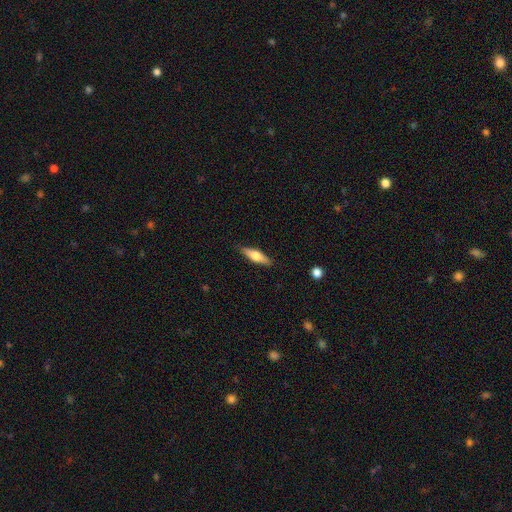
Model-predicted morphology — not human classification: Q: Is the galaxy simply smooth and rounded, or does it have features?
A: smooth — 53%.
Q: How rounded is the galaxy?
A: cigar-shaped — 63%.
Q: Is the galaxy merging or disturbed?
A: none — 87%.